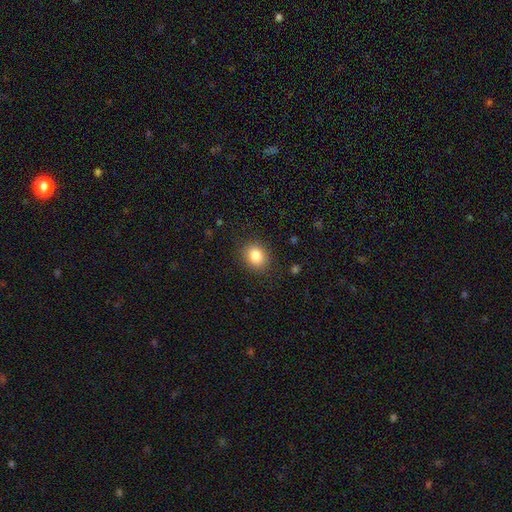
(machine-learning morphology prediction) Smooth or featured: smooth — 85% (star or artifact — 10%)
How rounded: round — 61% (in between — 38%)
Merging: none — 87% (minor disturbance — 9%)